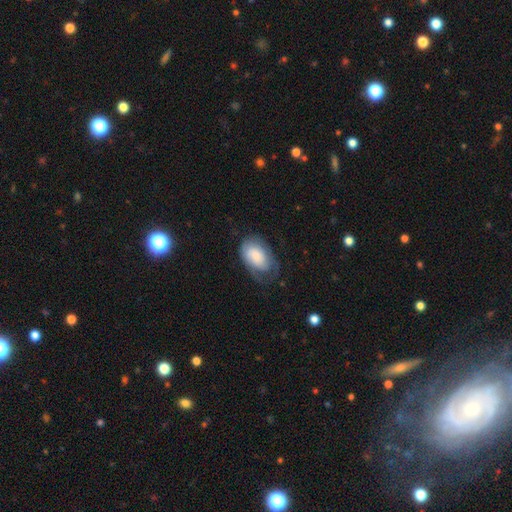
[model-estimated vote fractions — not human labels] Morphology: type=smooth (63%); roundness=in between (91%); merging=none (42%).